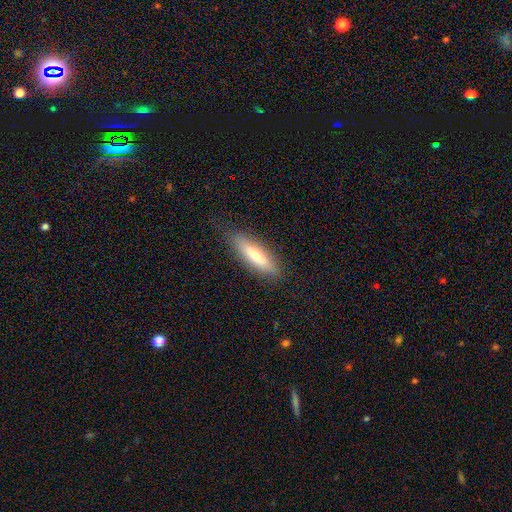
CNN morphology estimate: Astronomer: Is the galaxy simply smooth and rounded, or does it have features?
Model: smooth — 70%.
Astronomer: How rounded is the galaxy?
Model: cigar-shaped — 64%.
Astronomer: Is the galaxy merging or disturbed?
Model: none — 84%.